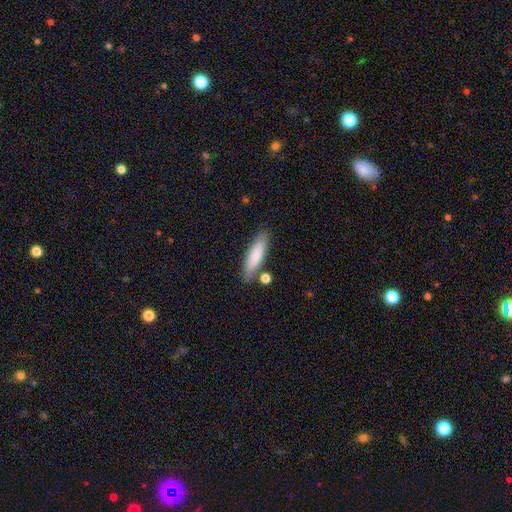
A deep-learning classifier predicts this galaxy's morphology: Smooth or featured: smooth — 79% (featured or disk — 15%)
How rounded: cigar-shaped — 65% (in between — 33%)
Merging: none — 76% (minor disturbance — 14%)